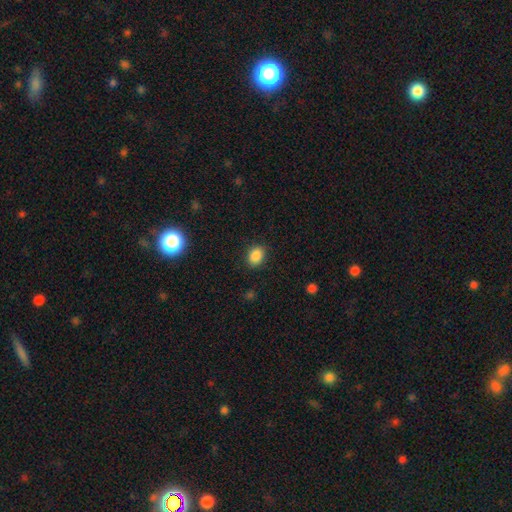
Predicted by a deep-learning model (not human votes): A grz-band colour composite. It shows a smooth galaxy with no disk features (87%) that is in between round and cigar-shaped (61%). Merging: none (87%).